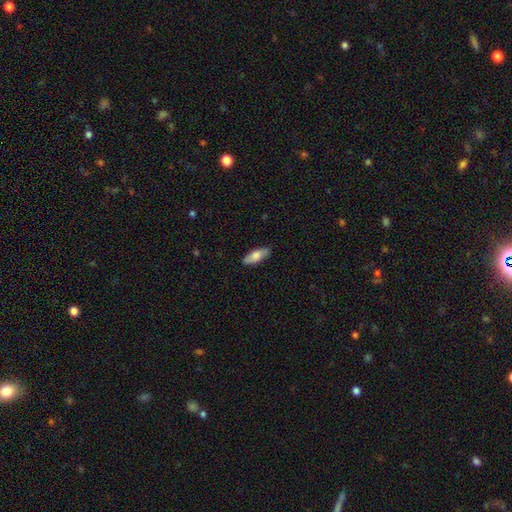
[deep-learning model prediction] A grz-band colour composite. It shows a smooth galaxy with no disk features (73%) that is in between round and cigar-shaped (69%). Merging: none (83%).